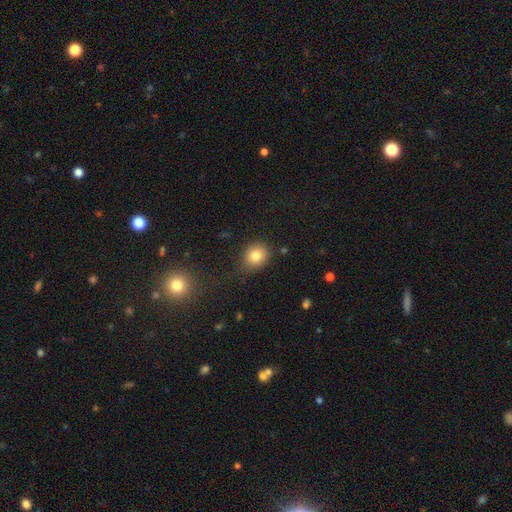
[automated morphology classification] A smooth galaxy with no disk features (81%) that is round (65%).

Vote fractions:
- Smooth or featured? smooth: 81% / star or artifact: 11% / featured or disk: 8%
- How rounded? round: 65% / in between: 34% / cigar-shaped: 1%
- Merging? none: 77% / minor disturbance: 16% / major disturbance: 4% / merger: 3%